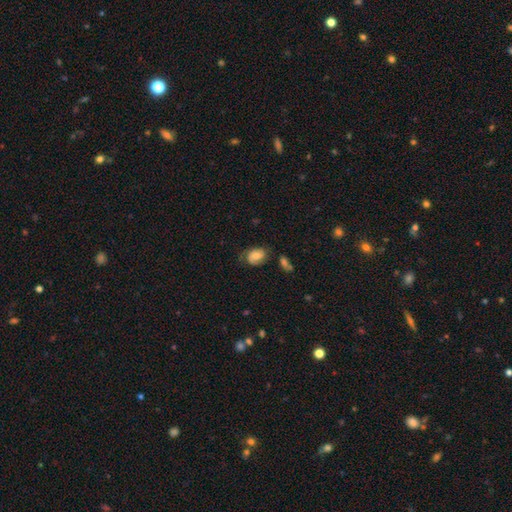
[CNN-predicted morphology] A smooth galaxy with no disk features (55%) that is in between round and cigar-shaped (77%).

Vote fractions:
- Smooth or featured? smooth: 55% / featured or disk: 36% / star or artifact: 9%
- How rounded? in between: 77% / round: 21% / cigar-shaped: 1%
- Merging? none: 53% / minor disturbance: 29% / major disturbance: 14% / merger: 5%